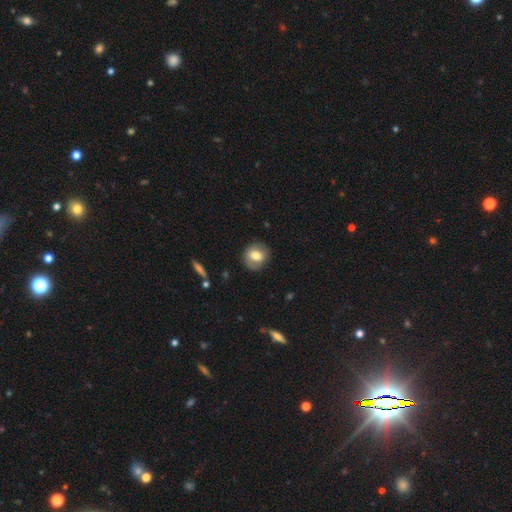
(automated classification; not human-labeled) Smooth or featured? smooth (66%)
How rounded? round (70%)
Merging? none (83%)